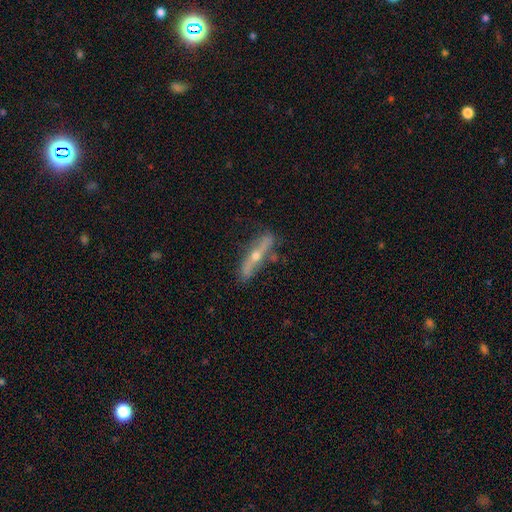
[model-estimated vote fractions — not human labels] This is likely a featured or disk galaxy (71%). It is clearly viewed edge-on (82%). Edge-on bulge: clearly rounded (93%). Merging: likely none (76%).